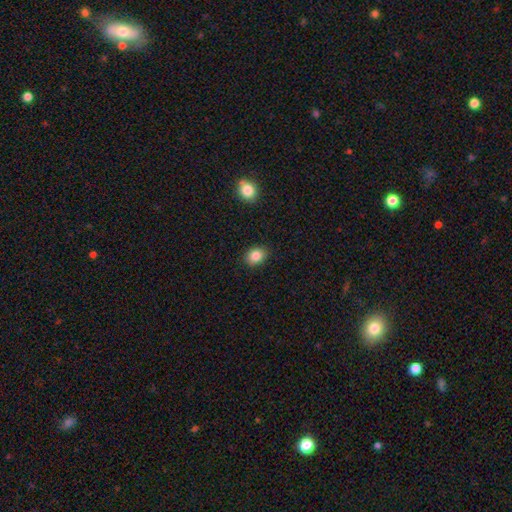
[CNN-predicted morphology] This is clearly a smooth galaxy (85%). How rounded: possibly in between (55%). Merging: clearly none (88%).